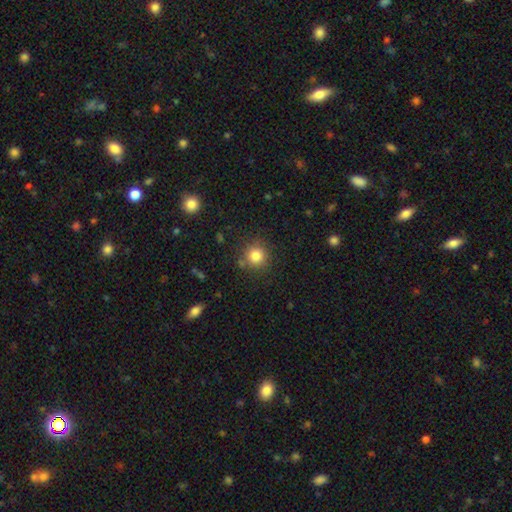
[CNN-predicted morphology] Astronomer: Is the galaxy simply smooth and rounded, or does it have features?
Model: smooth — 82%.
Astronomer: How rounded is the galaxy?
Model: round — 93%.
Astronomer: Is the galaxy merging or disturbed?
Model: none — 84%.